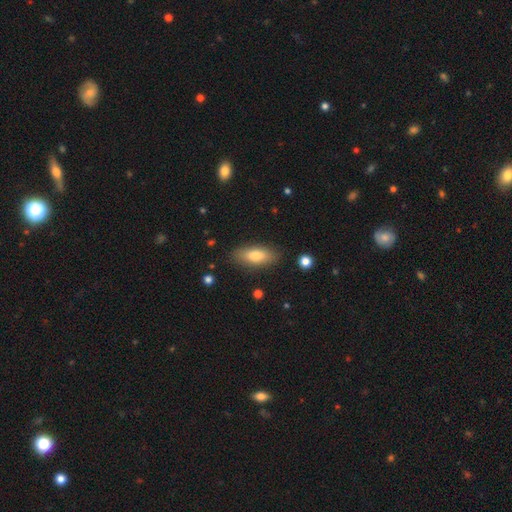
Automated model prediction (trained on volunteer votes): A smooth galaxy with no disk features (76%) that is in between round and cigar-shaped (73%).

Vote fractions:
- Smooth or featured? smooth: 76% / featured or disk: 18% / star or artifact: 7%
- How rounded? in between: 73% / cigar-shaped: 25% / round: 3%
- Merging? none: 85% / minor disturbance: 10% / major disturbance: 3% / merger: 2%